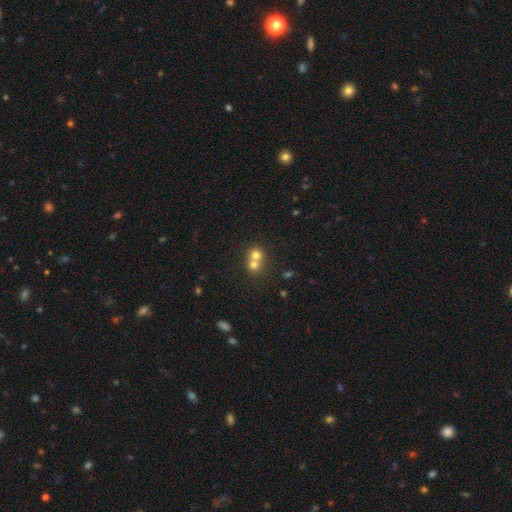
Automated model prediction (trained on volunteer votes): Q: Smooth or featured?
A: smooth (70%); runner-up: featured or disk (16%)
Q: How rounded?
A: round (82%); runner-up: in between (17%)
Q: Merging?
A: merger (63%); runner-up: none (31%)